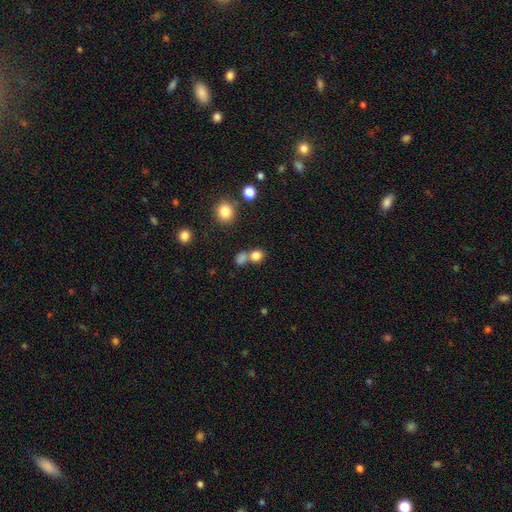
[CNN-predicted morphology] Smooth or featured?
  - smooth: 81% *
  - star or artifact: 13%
  - featured or disk: 6%
How rounded?
  - round: 74% *
  - in between: 25%
  - cigar-shaped: 1%
Merging?
  - none: 52% *
  - merger: 34%
  - minor disturbance: 9%
  - major disturbance: 4%